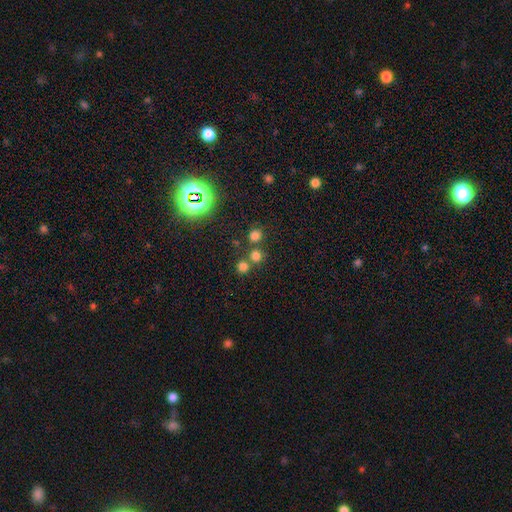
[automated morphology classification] Smooth or featured?
  - smooth: 72% *
  - star or artifact: 21%
  - featured or disk: 7%
How rounded?
  - round: 89% *
  - in between: 10%
  - cigar-shaped: 1%
Merging?
  - none: 66% *
  - merger: 24%
  - minor disturbance: 7%
  - major disturbance: 3%